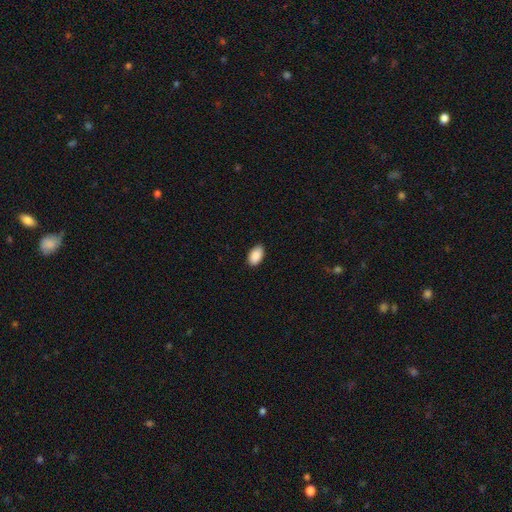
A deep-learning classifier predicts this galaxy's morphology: Smooth or featured? Predicted: smooth (p=0.90). How rounded? Predicted: in between (p=0.94). Merging? Predicted: none (p=0.87).